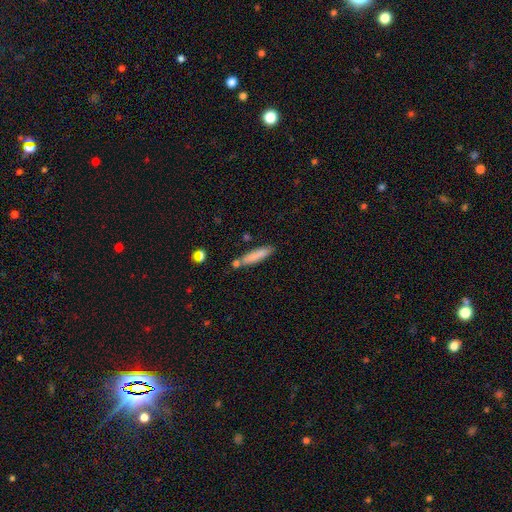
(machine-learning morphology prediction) Smooth or featured? Predicted: smooth (p=0.80). How rounded? Predicted: cigar-shaped (p=0.82). Merging? Predicted: none (p=0.70).